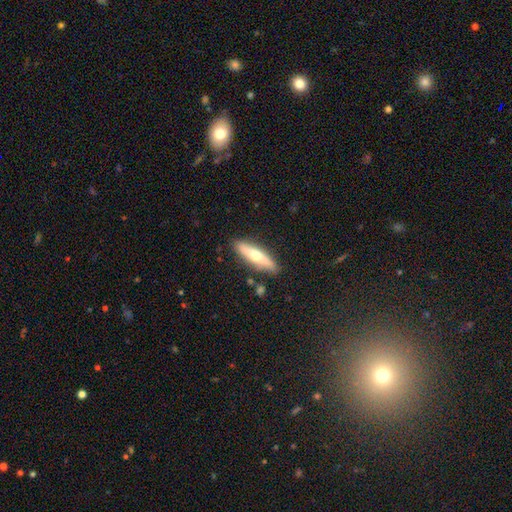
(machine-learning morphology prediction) This appears to be a smooth galaxy with no disk features (53%) that is cigar-shaped (76%). Merging: none (84%).